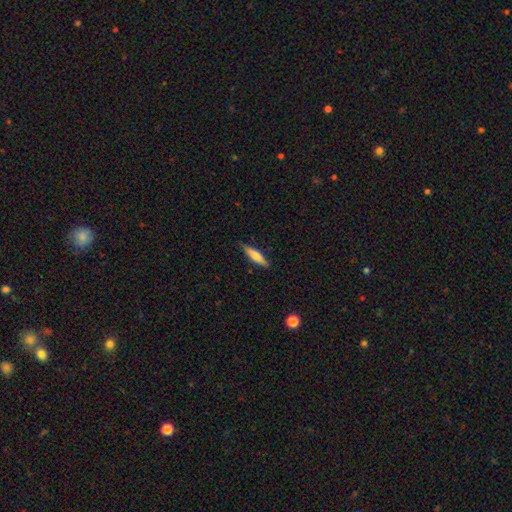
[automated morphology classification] This is likely a smooth galaxy (62%). How rounded: clearly cigar-shaped (80%). Merging: clearly none (85%).